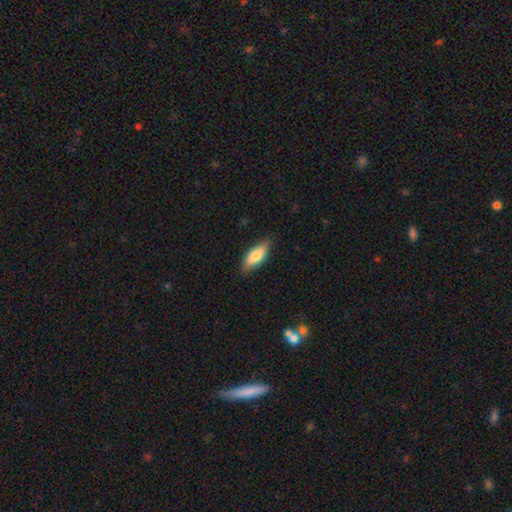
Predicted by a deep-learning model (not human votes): smooth_or_featured: smooth (p=0.76) [alt: featured or disk p=0.18]
how_rounded: in between (p=0.74) [alt: cigar-shaped p=0.24]
merging: none (p=0.82) [alt: minor disturbance p=0.15]